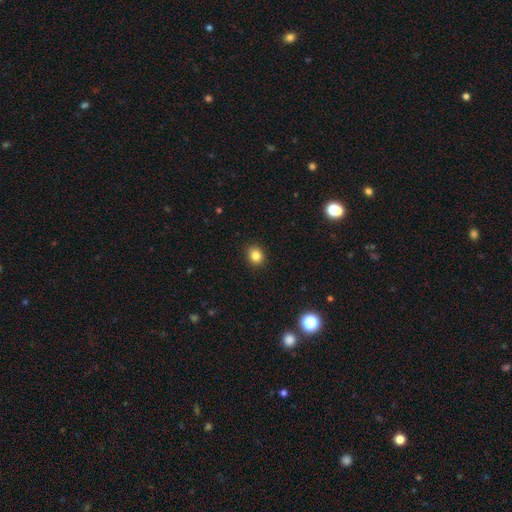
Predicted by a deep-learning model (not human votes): smooth 84%, star or artifact 11%, featured or disk 5%. Down the decision tree: how rounded — round (69%); merging — none (90%).